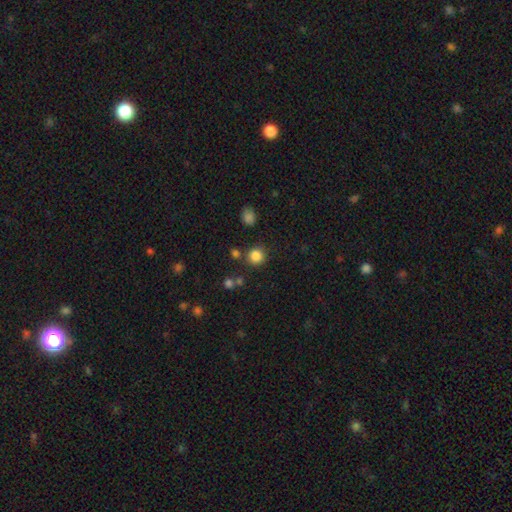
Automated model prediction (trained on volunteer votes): The model was most divided on "smooth or featured": smooth: 83%, star or artifact: 13%, featured or disk: 4%. More confident: how rounded — round (91%); merging — none (81%).